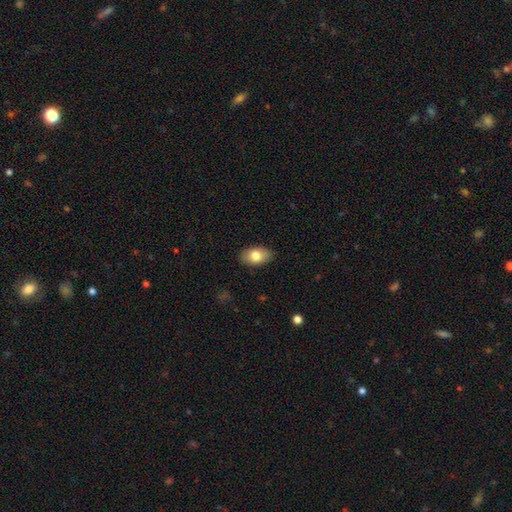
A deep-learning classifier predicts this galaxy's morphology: Smooth or featured?
  - smooth: 79% *
  - featured or disk: 14%
  - star or artifact: 7%
How rounded?
  - in between: 91% *
  - round: 8%
  - cigar-shaped: 2%
Merging?
  - none: 88% *
  - minor disturbance: 9%
  - major disturbance: 2%
  - merger: 1%